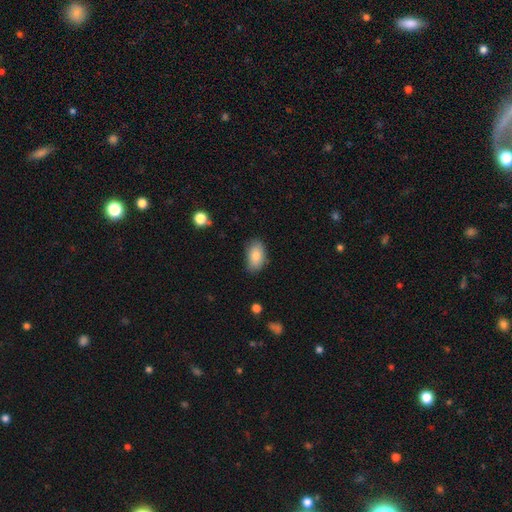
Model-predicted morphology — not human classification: Overall: smooth (85%). How rounded: in between (92%). Merging: none (80%).